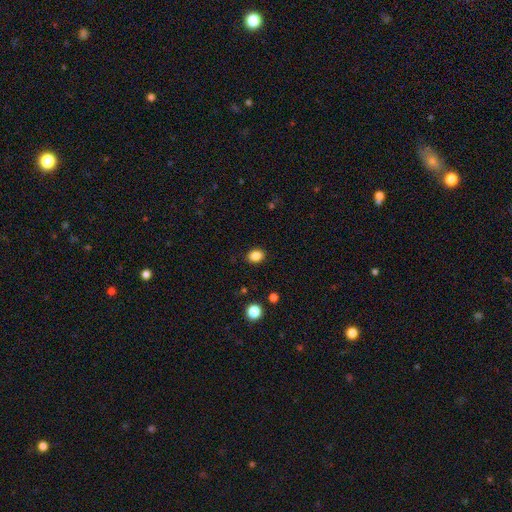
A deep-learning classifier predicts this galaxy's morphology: This is clearly a smooth galaxy (86%). How rounded: likely in between (60%). Merging: clearly none (88%).